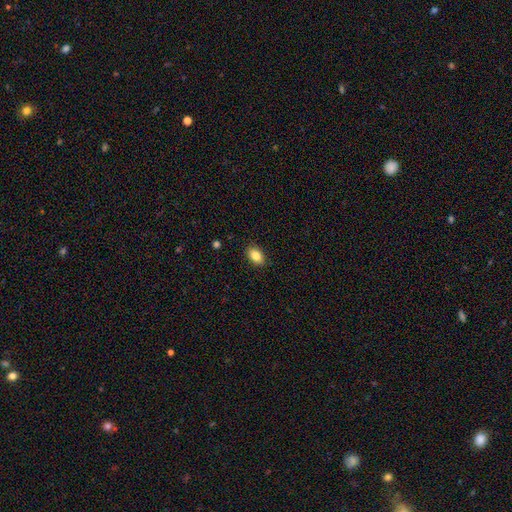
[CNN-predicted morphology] The model was most divided on "how rounded": in between: 88%, round: 11%, cigar-shaped: 1%. More confident: merging — none (89%); smooth or featured — smooth (86%).